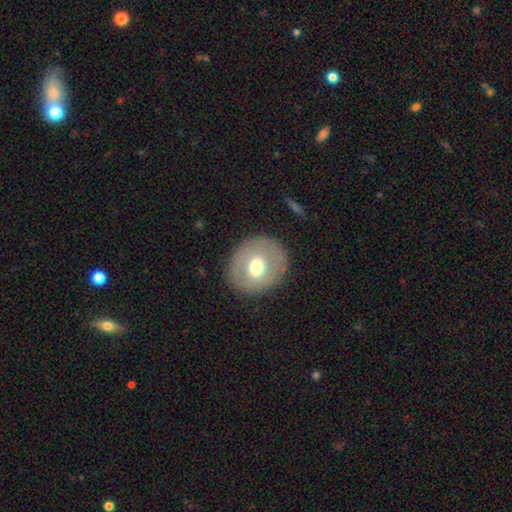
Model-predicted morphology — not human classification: Overall: smooth (49%; featured or disk 42%). Merging: none (86%).